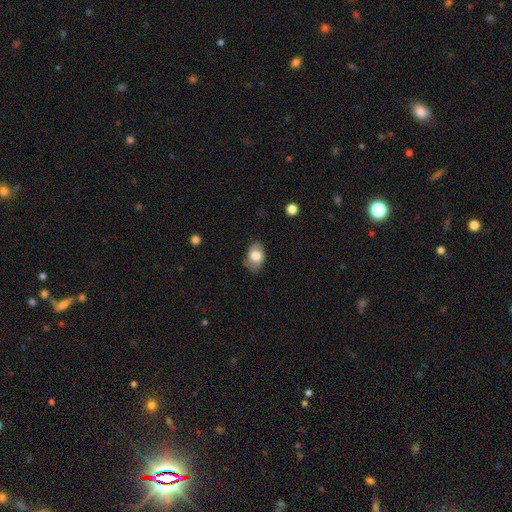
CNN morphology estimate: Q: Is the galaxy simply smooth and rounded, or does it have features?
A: smooth — 71%.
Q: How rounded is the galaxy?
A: in between — 83%.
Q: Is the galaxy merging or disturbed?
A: none — 69%.